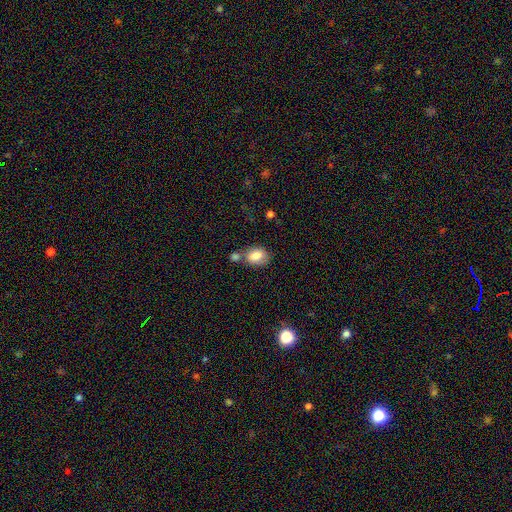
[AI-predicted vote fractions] Smooth or featured? Predicted: smooth (p=0.79). How rounded? Predicted: in between (p=0.75). Merging? Predicted: none (p=0.51).